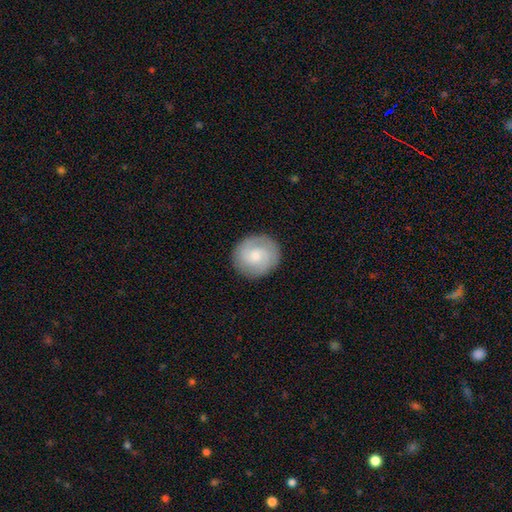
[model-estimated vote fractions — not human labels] This is possibly a featured or disk galaxy (54%). It is clearly not viewed edge-on (98%). Bar: likely no (60%). Spiral arm pattern: clearly yes (91%). Central bulge: possibly small (49%). Merging: clearly none (88%).